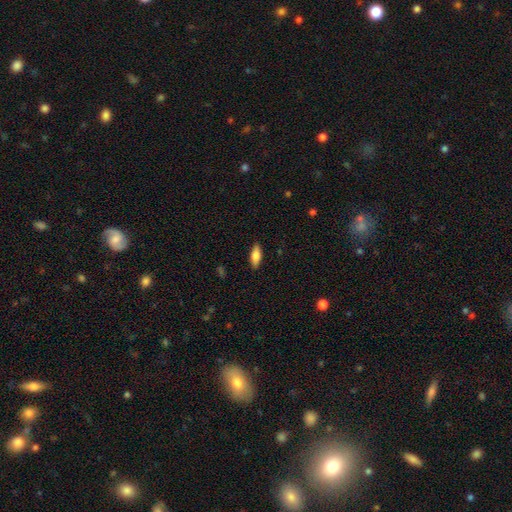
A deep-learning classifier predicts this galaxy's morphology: Smooth or featured: smooth — 76% (featured or disk — 18%)
How rounded: in between — 72% (cigar-shaped — 26%)
Merging: none — 88% (minor disturbance — 9%)